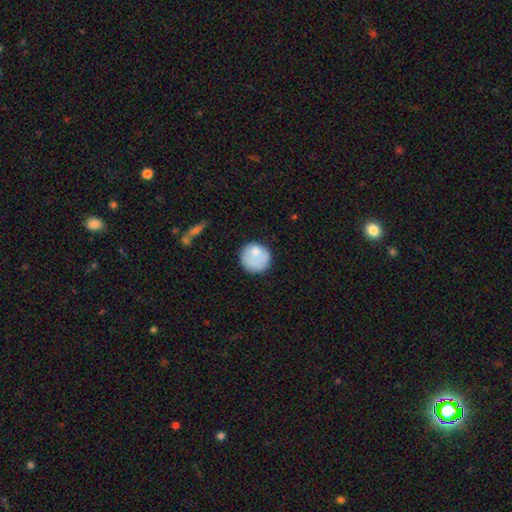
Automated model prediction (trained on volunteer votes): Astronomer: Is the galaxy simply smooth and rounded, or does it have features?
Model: smooth — 78%.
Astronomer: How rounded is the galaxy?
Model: round — 90%.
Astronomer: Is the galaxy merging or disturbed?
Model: none — 67%.